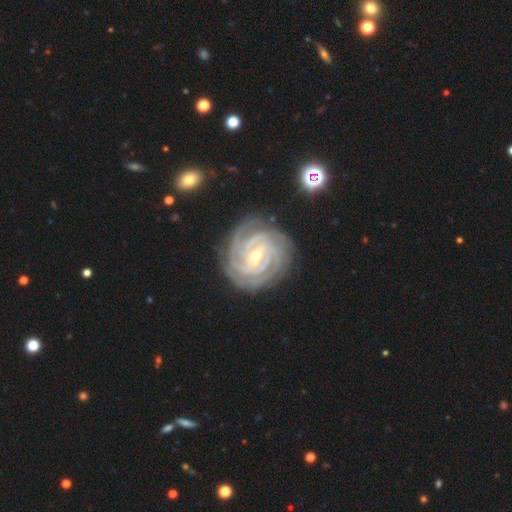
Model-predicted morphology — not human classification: Smooth or featured? Predicted: featured or disk (p=0.92). Edge-on disk? Predicted: no (p=0.98). Bar? Predicted: weak (p=0.47). Spiral arms? Predicted: yes (p=0.99). Spiral winding? Predicted: tight (p=0.83). Spiral arm count? Predicted: 4 (p=0.37). Bulge size? Predicted: small (p=0.52). Merging? Predicted: none (p=0.82).